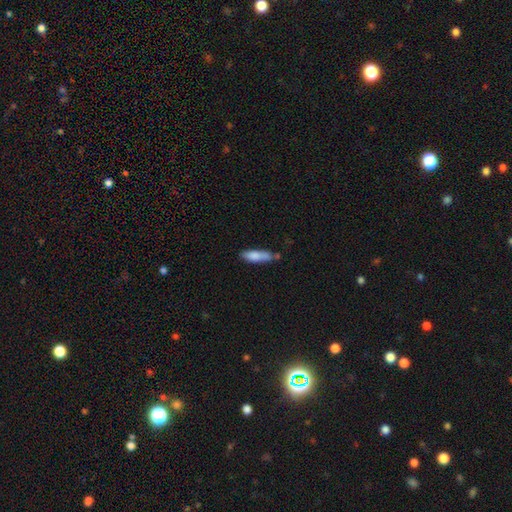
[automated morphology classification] This appears to be a smooth galaxy with no disk features (79%) that is cigar-shaped (54%). Merging: none (51%).